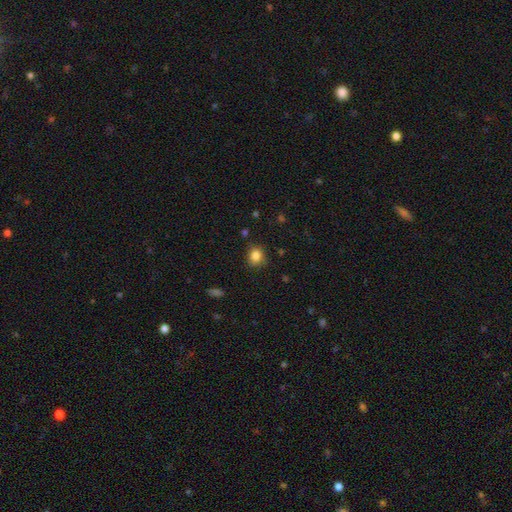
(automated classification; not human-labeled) smooth-or-featured: smooth: 84% | star or artifact: 11% | featured or disk: 6%
  how-rounded: round: 68% | in between: 31% | cigar-shaped: 1%
  merging: none: 82% | minor disturbance: 13% | major disturbance: 3% | merger: 2%